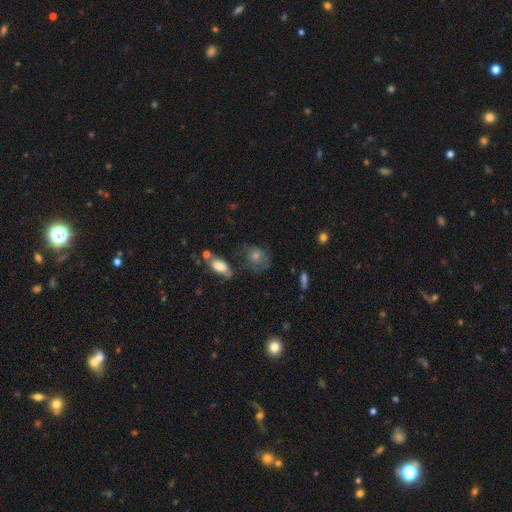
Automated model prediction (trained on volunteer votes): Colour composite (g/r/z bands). It shows a smooth galaxy with no disk features (52%) that is round (57%). Merging: none (52%).